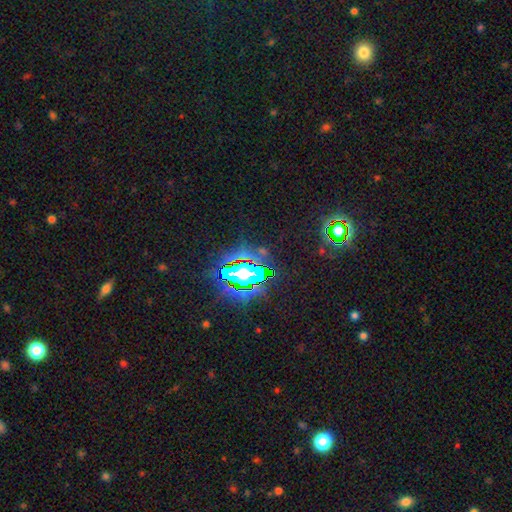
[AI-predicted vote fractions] This appears to be a star or artifact, not a galaxy (82%).